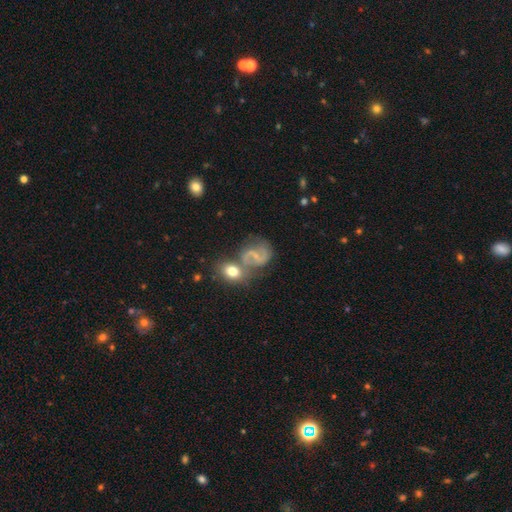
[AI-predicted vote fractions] featured or disk 76%, smooth 16%, star or artifact 8%. Down the decision tree: edge-on disk — no (98%); bar — weak (50%); spiral arms — yes (92%); spiral arm count — 2 (89%); spiral winding — medium (53%); bulge size — small (64%); merging — none (48%).